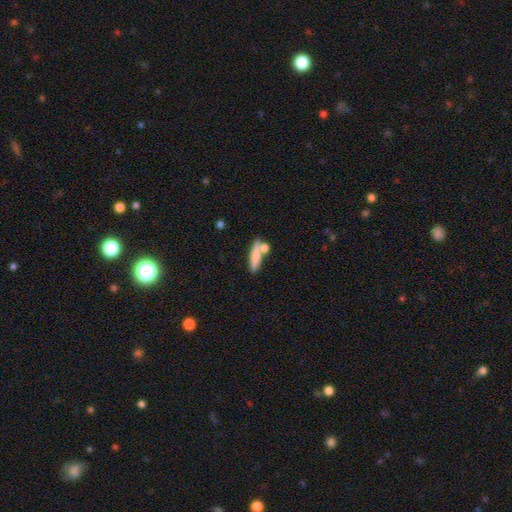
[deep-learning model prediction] Overall: smooth (74%). How rounded: cigar-shaped (71%). Merging: none (59%; merger 23%).